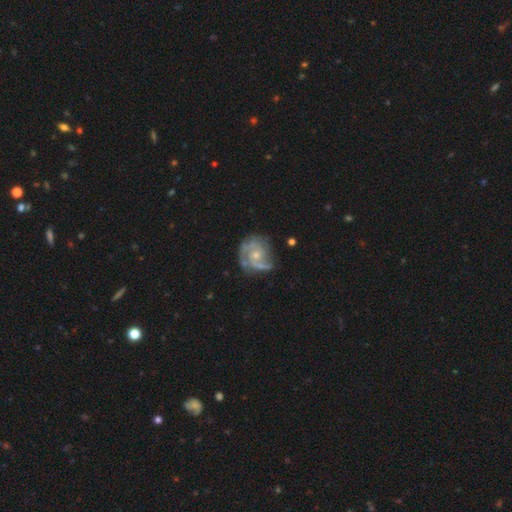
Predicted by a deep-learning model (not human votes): Q: Smooth or featured?
A: featured or disk (87%); runner-up: smooth (8%)
Q: Edge-on disk?
A: no (98%); runner-up: yes (2%)
Q: Bar?
A: no (68%); runner-up: weak (27%)
Q: Spiral arms?
A: yes (96%); runner-up: no (4%)
Q: Spiral winding?
A: medium (45%); runner-up: tight (42%)
Q: Spiral arm count?
A: 2 (58%); runner-up: 3 (18%)
Q: Bulge size?
A: small (55%); runner-up: moderate (39%)
Q: Merging?
A: none (63%); runner-up: minor disturbance (23%)